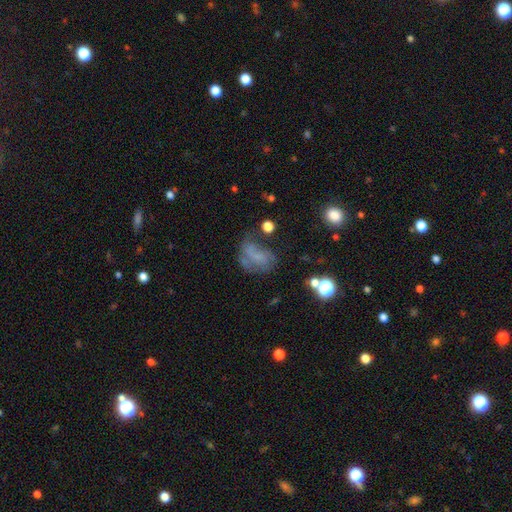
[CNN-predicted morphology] type=featured or disk (44%); merging=major disturbance (35%).